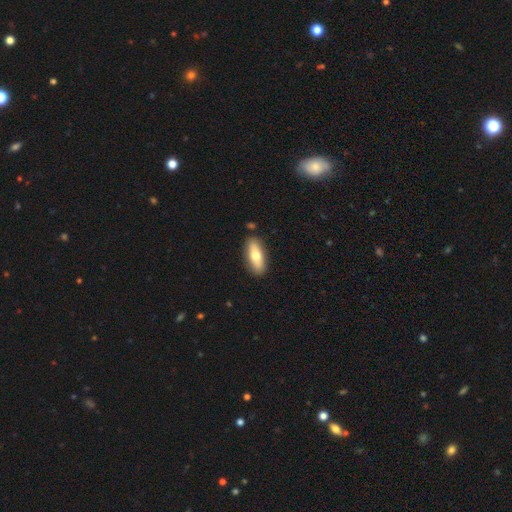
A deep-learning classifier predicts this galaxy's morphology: This appears to be a smooth galaxy with no disk features (65%) that is in between round and cigar-shaped (70%). Merging: none (86%).